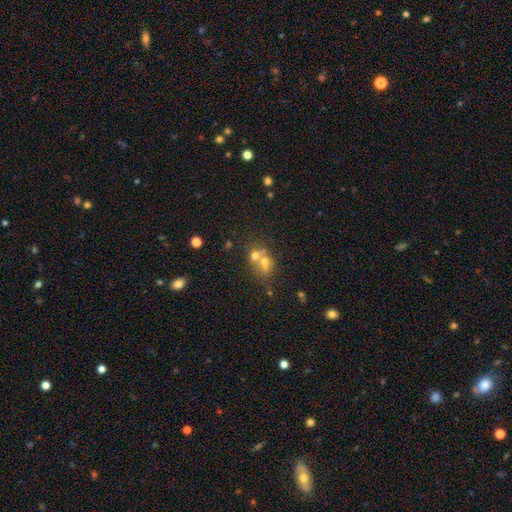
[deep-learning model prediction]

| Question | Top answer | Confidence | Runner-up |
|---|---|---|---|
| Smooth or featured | smooth | 49% | star or artifact (29%) |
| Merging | merger | 49% | none (39%) |